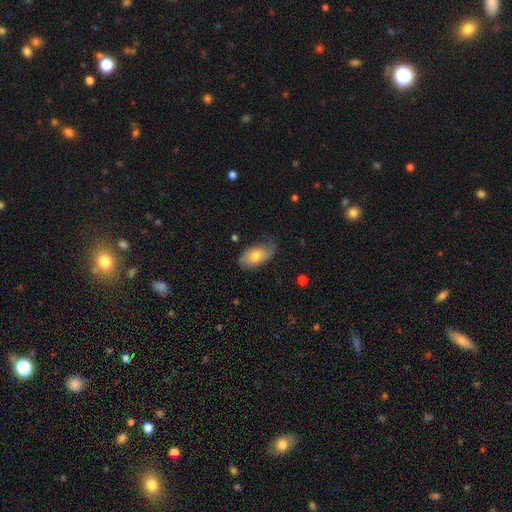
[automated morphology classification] smooth_or_featured: smooth (p=0.66) [alt: featured or disk p=0.27]
how_rounded: in between (p=0.93) [alt: round p=0.04]
merging: none (p=0.55) [alt: minor disturbance p=0.34]